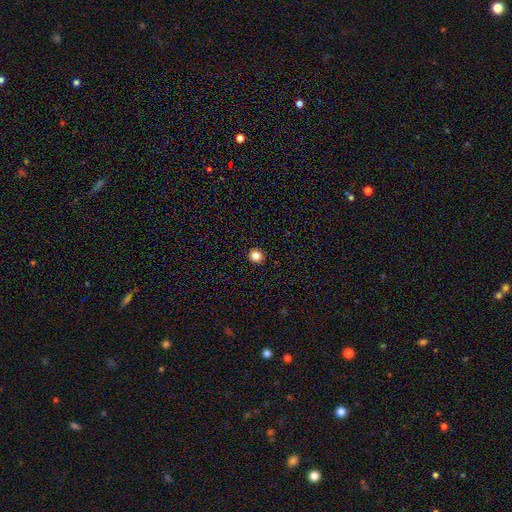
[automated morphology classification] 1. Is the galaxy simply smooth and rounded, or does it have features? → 84% smooth, 12% star or artifact, 5% featured or disk.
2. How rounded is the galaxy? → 90% round, 9% in between, 1% cigar-shaped.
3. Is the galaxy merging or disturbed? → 93% none, 4% minor disturbance, 1% major disturbance, 1% merger.